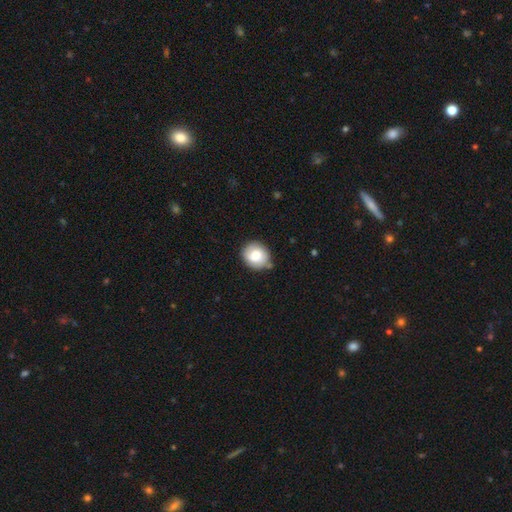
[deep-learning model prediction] Morphology: type=smooth (71%); roundness=round (79%); merging=none (75%).